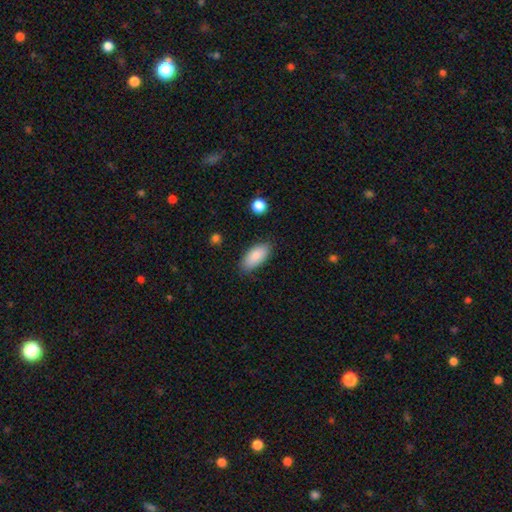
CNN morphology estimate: A smooth galaxy with no disk features (87%) that is in between round and cigar-shaped (88%).

Vote fractions:
- Smooth or featured? smooth: 87% / star or artifact: 6% / featured or disk: 6%
- How rounded? in between: 88% / cigar-shaped: 9% / round: 2%
- Merging? none: 82% / minor disturbance: 13% / major disturbance: 3% / merger: 1%